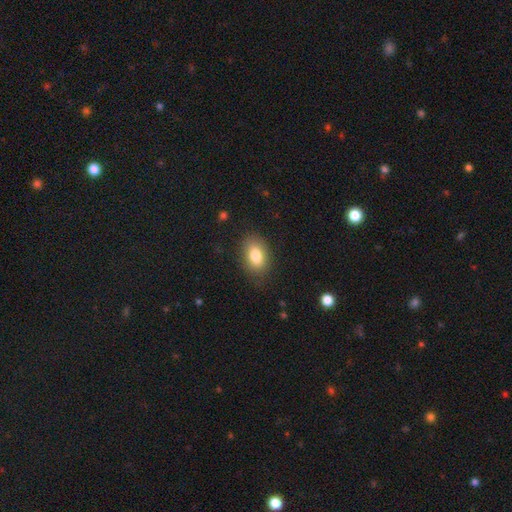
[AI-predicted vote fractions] Smooth or featured? Predicted: smooth (p=0.81). How rounded? Predicted: in between (p=0.86). Merging? Predicted: none (p=0.82).